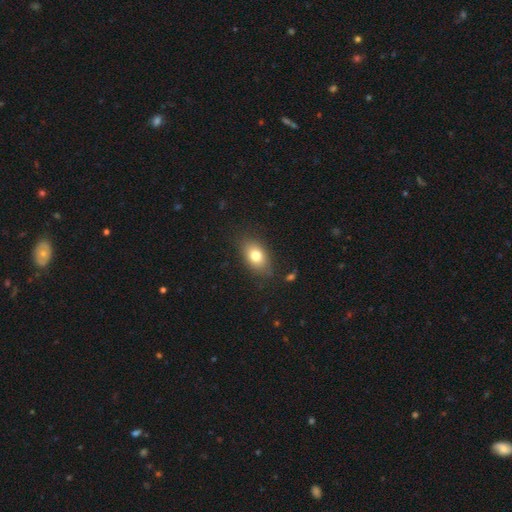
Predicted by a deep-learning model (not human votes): A smooth galaxy with no disk features (77%) that is in between round and cigar-shaped (82%). Merging: none (82%).